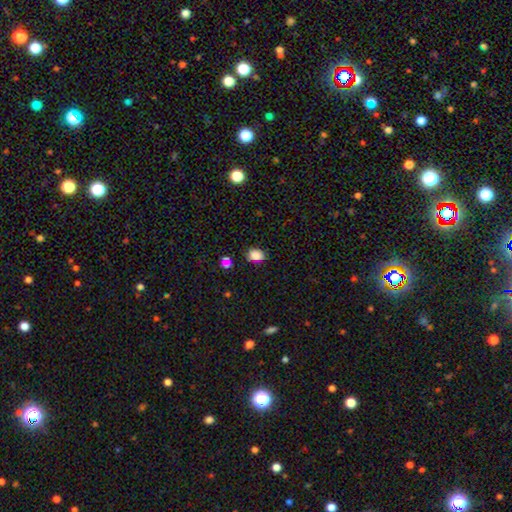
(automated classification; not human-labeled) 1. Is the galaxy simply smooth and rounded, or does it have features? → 82% smooth, 14% star or artifact, 4% featured or disk.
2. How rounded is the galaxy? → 67% in between, 31% round, 1% cigar-shaped.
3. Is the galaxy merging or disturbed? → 78% none, 15% minor disturbance, 3% major disturbance, 3% merger.